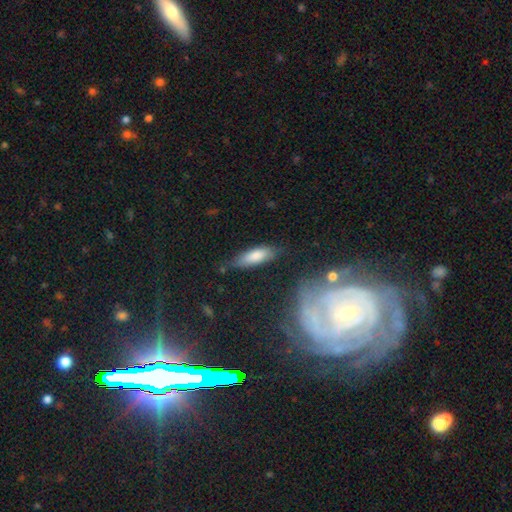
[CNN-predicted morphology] A smooth galaxy with no disk features (70%) that is in between round and cigar-shaped (54%).

Vote fractions:
- Smooth or featured? smooth: 70% / featured or disk: 22% / star or artifact: 8%
- How rounded? in between: 54% / cigar-shaped: 44% / round: 3%
- Merging? none: 71% / minor disturbance: 20% / major disturbance: 6% / merger: 4%